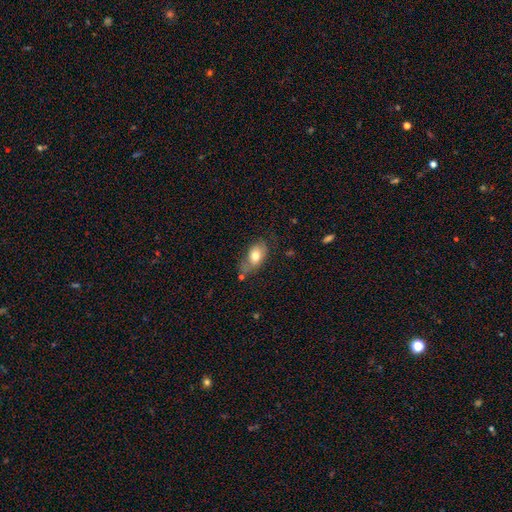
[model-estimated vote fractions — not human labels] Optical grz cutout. It shows a smooth galaxy with no disk features (74%) that is in between round and cigar-shaped (88%). Merging: none (48%).